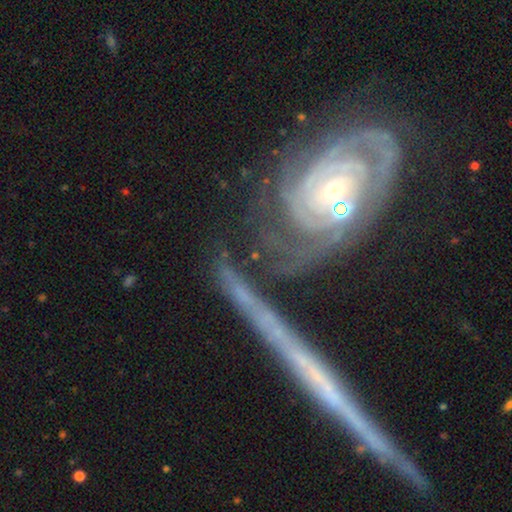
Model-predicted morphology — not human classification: type=featured or disk (66%); edge-on=no (66%); merging=none (55%).